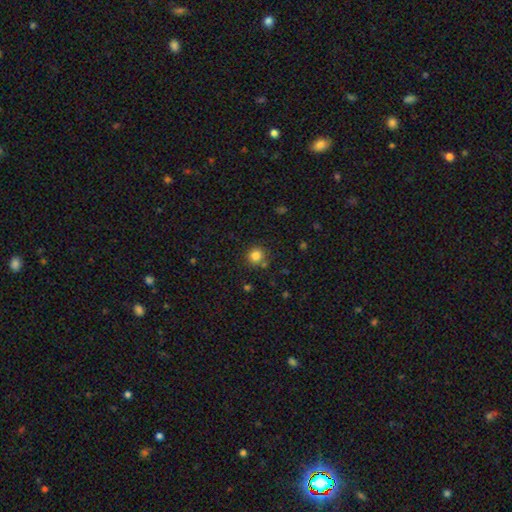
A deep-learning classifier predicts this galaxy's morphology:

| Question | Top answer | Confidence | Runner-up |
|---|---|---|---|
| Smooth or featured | smooth | 82% | star or artifact (12%) |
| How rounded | round | 93% | in between (6%) |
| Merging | none | 82% | minor disturbance (9%) |